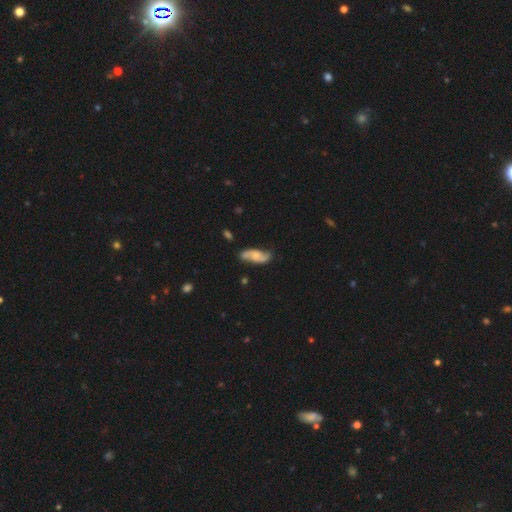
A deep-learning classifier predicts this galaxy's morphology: A featured or disk galaxy (66%) with no bar (62%), 2 (90%) loose (51%) spiral arms (93%) and a small central bulge (40%). Merging: none (74%).